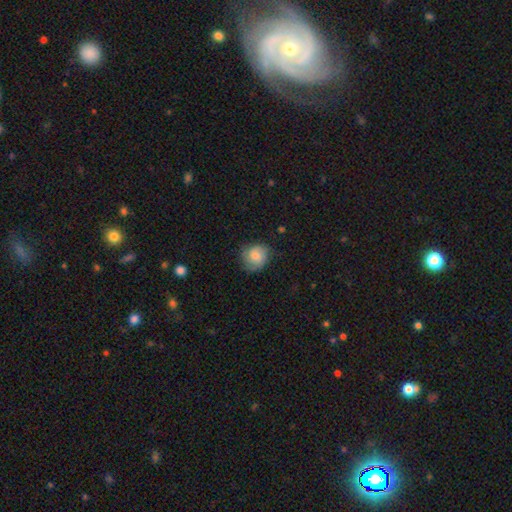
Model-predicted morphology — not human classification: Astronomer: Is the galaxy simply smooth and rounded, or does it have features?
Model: smooth — 68%.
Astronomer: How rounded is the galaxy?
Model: round — 80%.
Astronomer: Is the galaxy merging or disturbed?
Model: none — 68%.